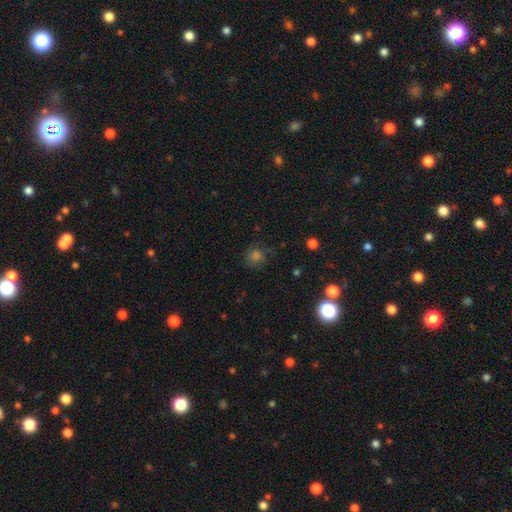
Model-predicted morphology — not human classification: A smooth galaxy with no disk features (61%) that is round (89%).

Vote fractions:
- Smooth or featured? smooth: 61% / star or artifact: 29% / featured or disk: 10%
- How rounded? round: 89% / in between: 10% / cigar-shaped: 1%
- Merging? none: 80% / minor disturbance: 13% / major disturbance: 6% / merger: 2%